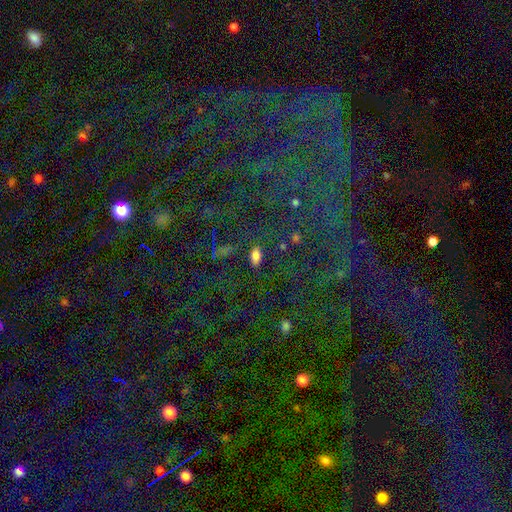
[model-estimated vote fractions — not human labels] Smooth or featured? Predicted: smooth (p=0.77). How rounded? Predicted: in between (p=0.90). Merging? Predicted: none (p=0.83).